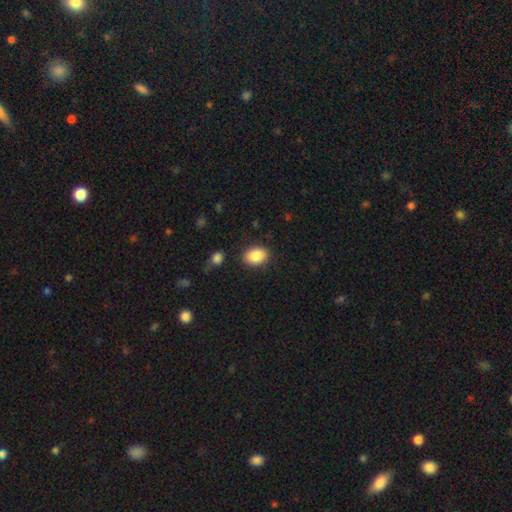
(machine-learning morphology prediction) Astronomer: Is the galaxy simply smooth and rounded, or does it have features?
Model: smooth — 87%.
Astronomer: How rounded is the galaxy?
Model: in between — 78%.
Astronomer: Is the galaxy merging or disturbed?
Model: none — 86%.